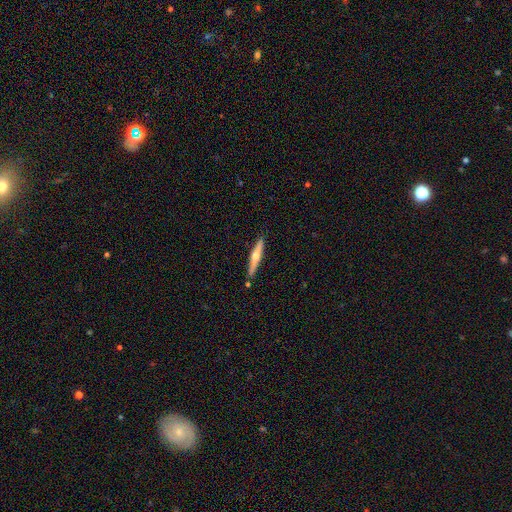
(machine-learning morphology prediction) Smooth or featured: featured or disk — 62% (smooth — 33%)
Edge-on disk: yes — 96% (no — 4%)
Edge-on bulge: rounded — 92% (none — 6%)
Merging: none — 87% (minor disturbance — 8%)